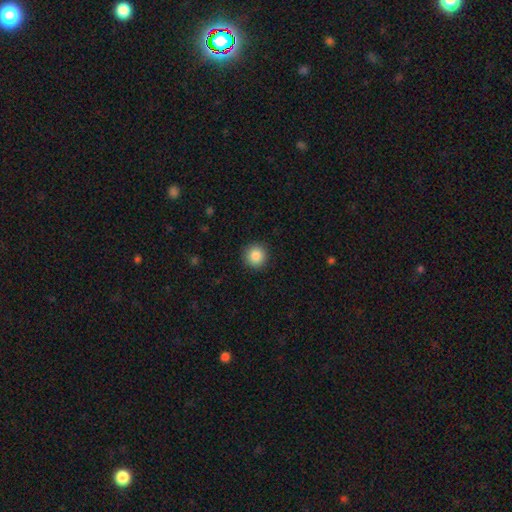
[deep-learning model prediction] A smooth galaxy with no disk features (86%) that is round (95%). Merging: none (92%).